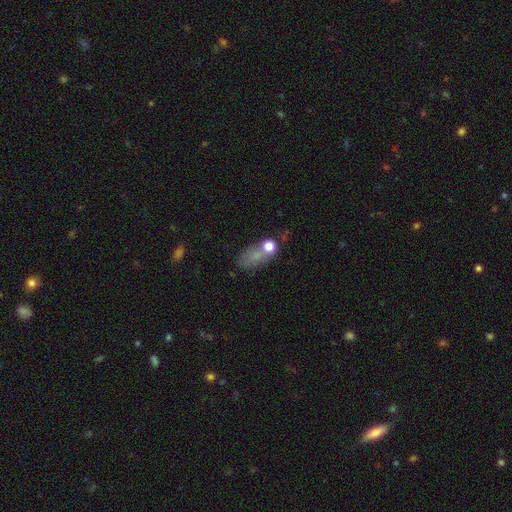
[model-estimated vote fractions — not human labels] This appears to be a smooth galaxy with no disk features (66%) that is in between round and cigar-shaped (72%). Merging: none (35%).